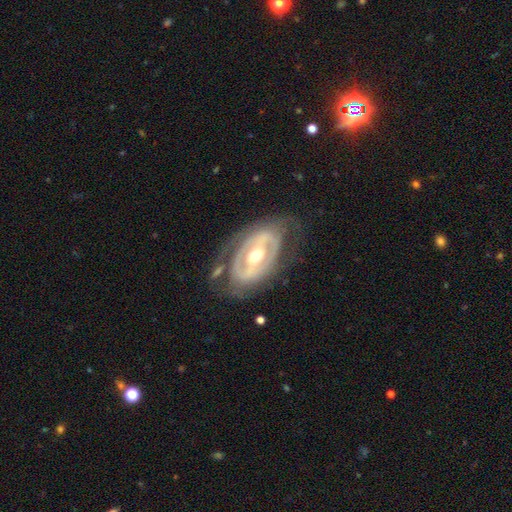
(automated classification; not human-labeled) The model was most divided on "spiral arms" (2-way tie): yes: 50%, no: 50%. Remaining: edge-on disk — no (93%); smooth or featured — featured or disk (80%); bulge size — moderate (73%); merging — none (65%); bar — strong (37%).